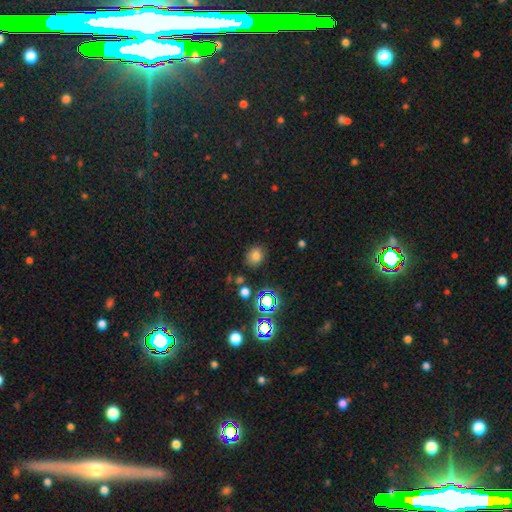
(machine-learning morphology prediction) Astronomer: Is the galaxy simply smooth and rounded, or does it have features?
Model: smooth — 74%.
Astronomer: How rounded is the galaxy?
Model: round — 66%.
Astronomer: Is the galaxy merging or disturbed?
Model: none — 84%.